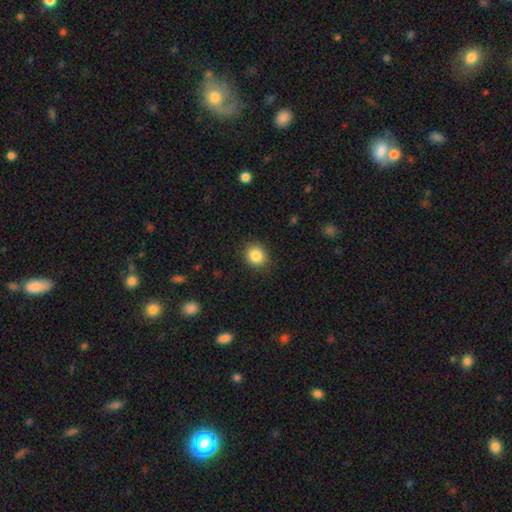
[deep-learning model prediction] The model was most divided on "how rounded": round: 79%, in between: 20%, cigar-shaped: 1%. More confident: merging — none (89%); smooth or featured — smooth (85%).